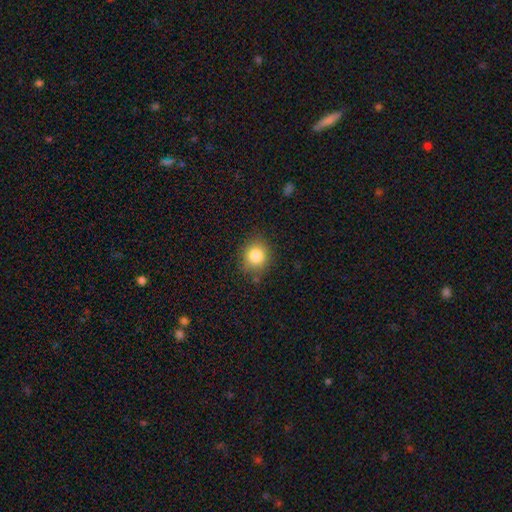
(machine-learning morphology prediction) This appears to be a smooth galaxy with no disk features (83%) that is round (80%). Merging: none (83%).